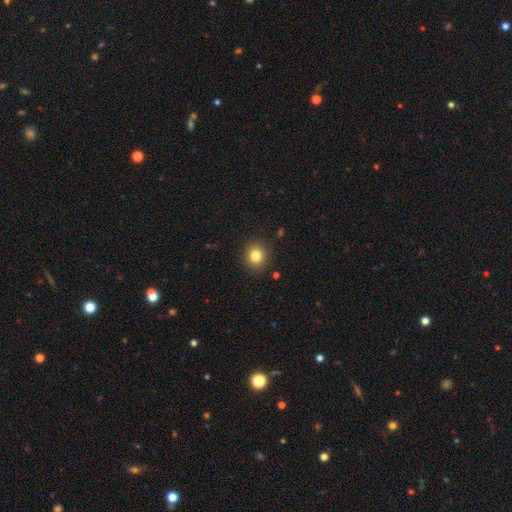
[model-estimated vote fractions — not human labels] smooth 82%, star or artifact 11%, featured or disk 7%. Down the decision tree: how rounded — round (83%); merging — none (90%).